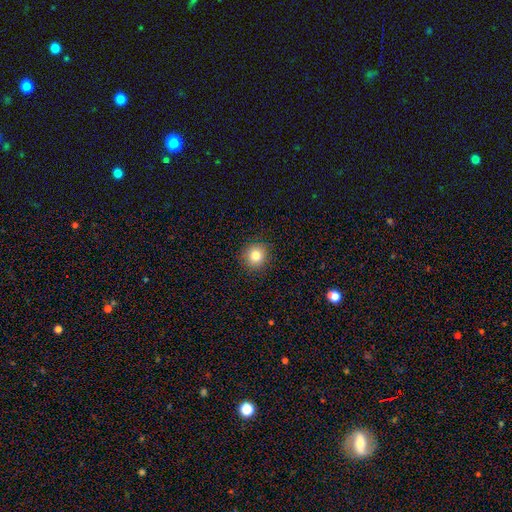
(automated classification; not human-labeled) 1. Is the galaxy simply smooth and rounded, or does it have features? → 81% smooth, 12% star or artifact, 7% featured or disk.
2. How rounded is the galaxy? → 89% round, 10% in between, 1% cigar-shaped.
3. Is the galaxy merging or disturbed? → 90% none, 7% minor disturbance, 2% major disturbance, 1% merger.